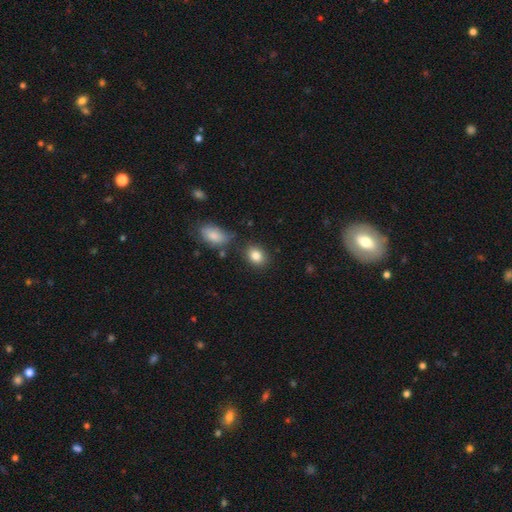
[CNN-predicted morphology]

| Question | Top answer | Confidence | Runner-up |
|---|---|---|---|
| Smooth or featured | smooth | 84% | star or artifact (9%) |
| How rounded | in between | 65% | round (34%) |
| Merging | none | 80% | minor disturbance (11%) |